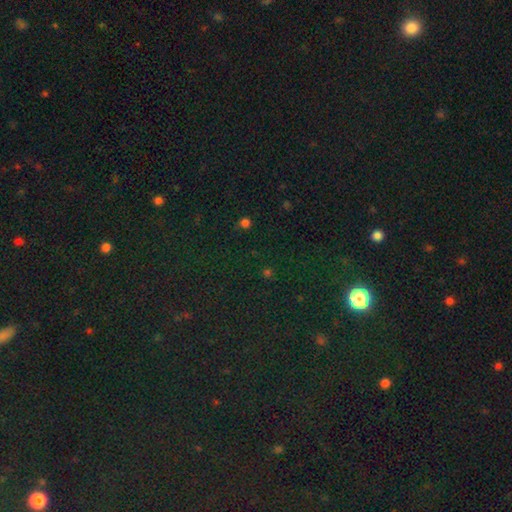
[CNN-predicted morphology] This is likely a star or artifact rather than a galaxy (74%).